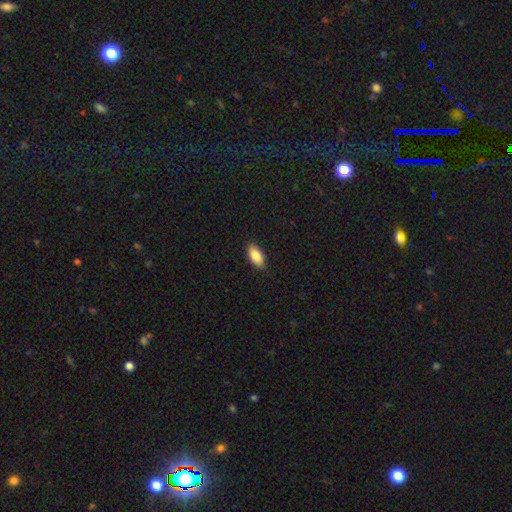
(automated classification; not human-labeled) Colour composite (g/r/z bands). It shows a smooth galaxy with no disk features (86%) that is in between round and cigar-shaped (89%). Merging: none (86%).